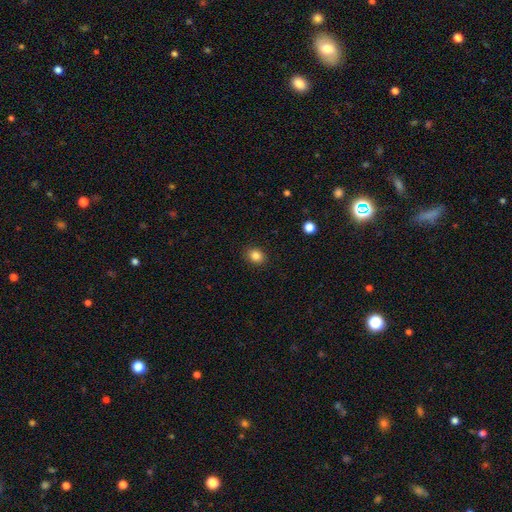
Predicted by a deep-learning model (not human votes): This appears to be a smooth galaxy with no disk features (85%) that is round (58%). Merging: none (90%).